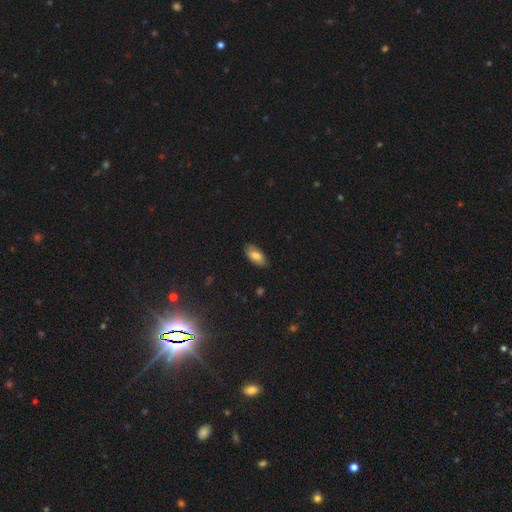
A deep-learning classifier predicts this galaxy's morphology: type=smooth (80%); roundness=in between (92%); merging=none (85%).